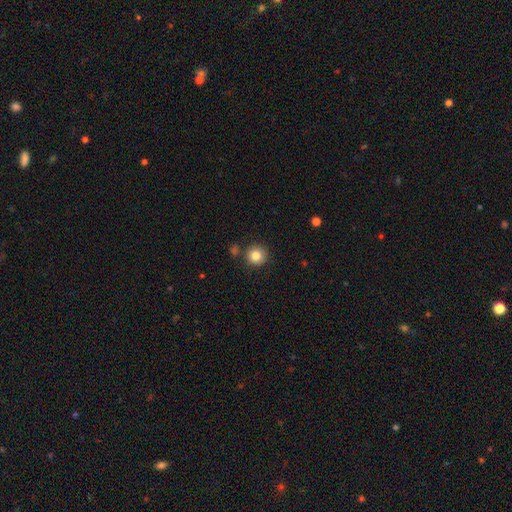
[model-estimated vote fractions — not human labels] Morphology: type=smooth (84%); roundness=round (94%); merging=none (85%).